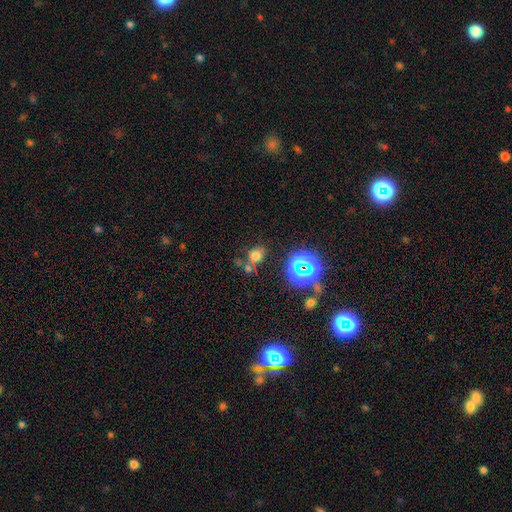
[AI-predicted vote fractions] The model was most divided on "how rounded": round: 53%, in between: 46%, cigar-shaped: 2%. More confident: merging — none (63%); smooth or featured — smooth (62%).